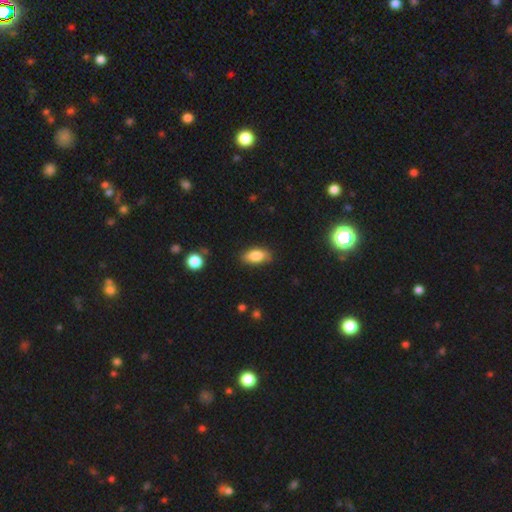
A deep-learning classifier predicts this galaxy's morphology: A smooth galaxy with no disk features (83%) that is in between round and cigar-shaped (87%).

Vote fractions:
- Smooth or featured? smooth: 83% / featured or disk: 10% / star or artifact: 7%
- How rounded? in between: 87% / cigar-shaped: 10% / round: 3%
- Merging? none: 83% / minor disturbance: 13% / major disturbance: 3% / merger: 1%